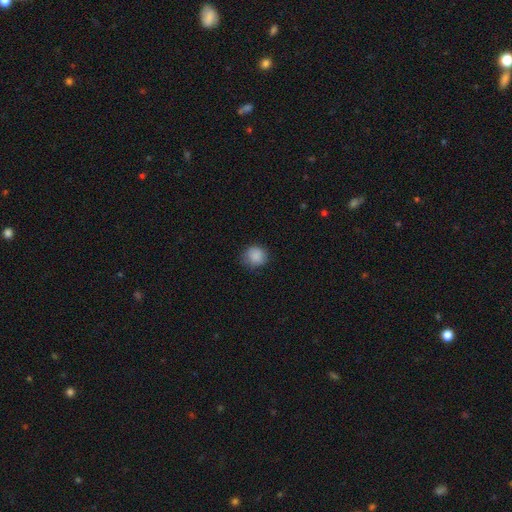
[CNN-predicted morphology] smooth-or-featured: smooth: 87% | star or artifact: 9% | featured or disk: 4%
  how-rounded: round: 84% | in between: 15% | cigar-shaped: 1%
  merging: none: 78% | minor disturbance: 17% | major disturbance: 4% | merger: 1%